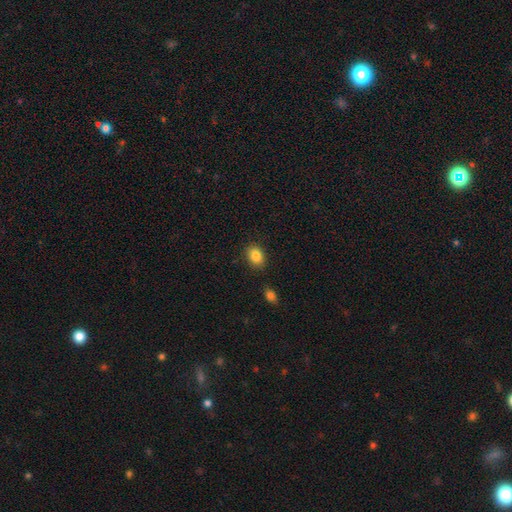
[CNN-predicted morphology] The model was most divided on "how rounded": in between: 63%, round: 36%, cigar-shaped: 1%. More confident: merging — none (85%); smooth or featured — smooth (85%).